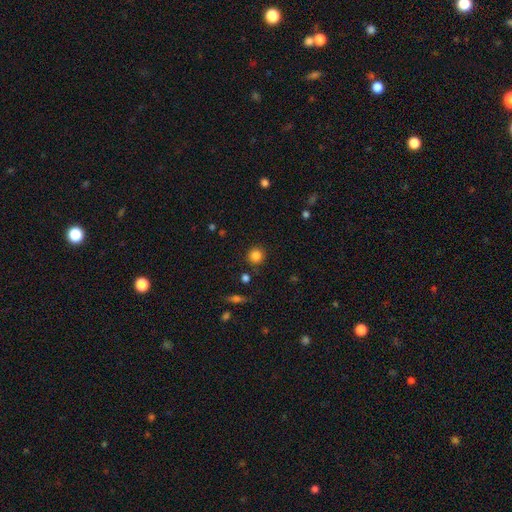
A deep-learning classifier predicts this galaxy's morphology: Smooth or featured? Predicted: smooth (p=0.84). How rounded? Predicted: round (p=0.92). Merging? Predicted: none (p=0.87).